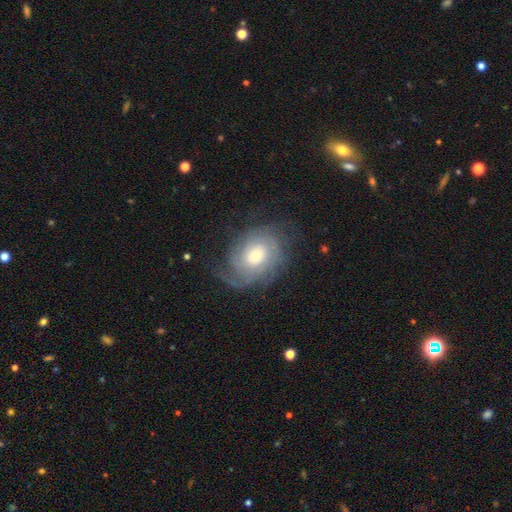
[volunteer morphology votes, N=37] Volunteers were most divided on "spiral winding": tight: 52%, medium: 26%, loose: 22%. More confident: edge-on disk — no (100%); spiral arms — yes (93%); bar — no (86%); smooth or featured — featured or disk (78%); merging — none (75%); spiral arm count — can't tell (56%); bulge size — moderate (52%).